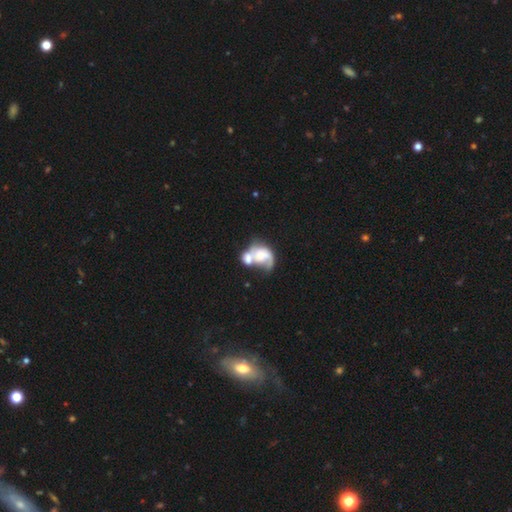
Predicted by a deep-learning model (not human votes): smooth_or_featured: featured or disk (p=0.58) [alt: smooth p=0.34]
disk_edge_on: no (p=0.97) [alt: yes p=0.03]
bar: no (p=0.75) [alt: weak p=0.20]
has_spiral_arms: yes (p=0.61) [alt: no p=0.39]
bulge_size: moderate (p=0.51) [alt: small p=0.28]
merging: merger (p=0.67) [alt: major disturbance p=0.13]